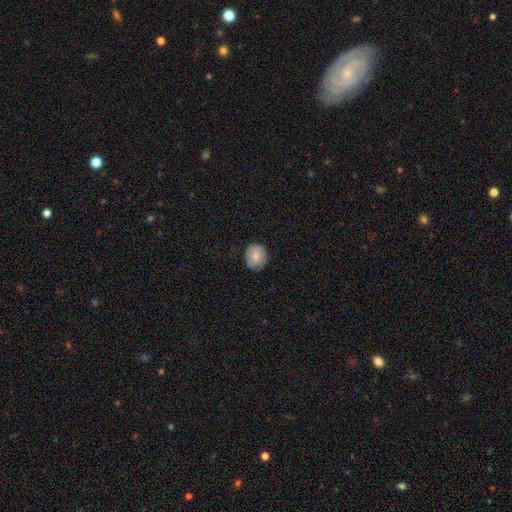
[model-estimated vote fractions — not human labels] Q: Smooth or featured?
A: smooth (77%); runner-up: featured or disk (16%)
Q: How rounded?
A: round (77%); runner-up: in between (22%)
Q: Merging?
A: none (81%); runner-up: minor disturbance (15%)